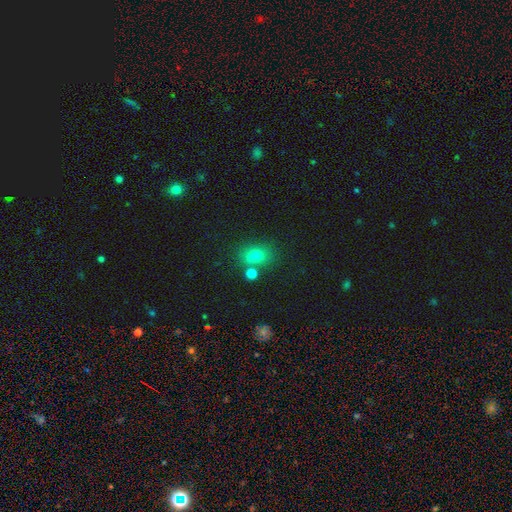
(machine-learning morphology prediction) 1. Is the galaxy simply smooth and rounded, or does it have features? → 74% smooth, 15% star or artifact, 11% featured or disk.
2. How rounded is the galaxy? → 55% in between, 43% round, 2% cigar-shaped.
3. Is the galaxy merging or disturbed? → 60% none, 20% merger, 14% minor disturbance, 5% major disturbance.